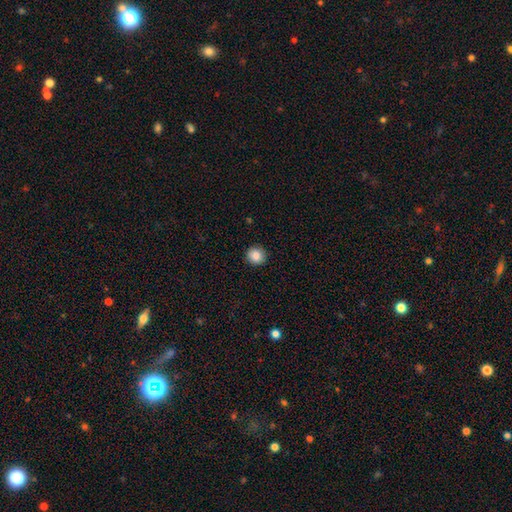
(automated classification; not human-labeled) Q: Smooth or featured?
A: smooth (86%); runner-up: star or artifact (9%)
Q: How rounded?
A: round (92%); runner-up: in between (7%)
Q: Merging?
A: none (92%); runner-up: minor disturbance (6%)